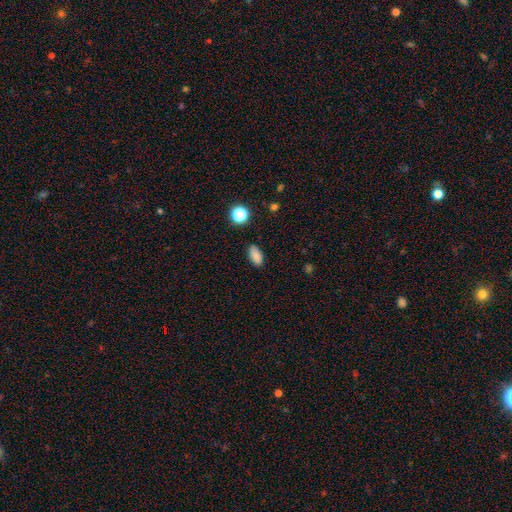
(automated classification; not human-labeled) Smooth or featured: smooth — 84% (star or artifact — 11%)
How rounded: in between — 87% (cigar-shaped — 7%)
Merging: none — 85% (minor disturbance — 11%)